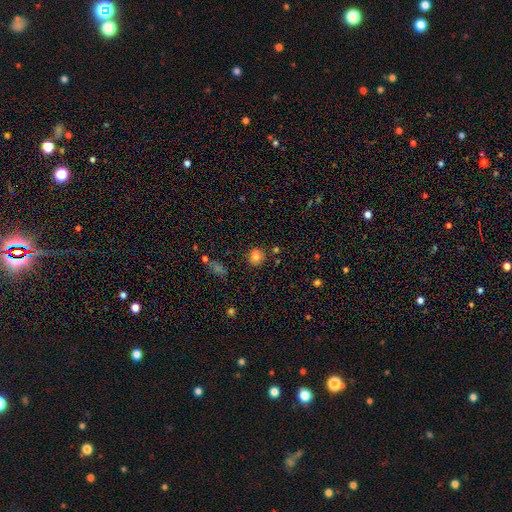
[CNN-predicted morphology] Smooth or featured?
  - smooth: 76% *
  - star or artifact: 17%
  - featured or disk: 8%
How rounded?
  - round: 71% *
  - in between: 28%
  - cigar-shaped: 1%
Merging?
  - none: 75% *
  - minor disturbance: 14%
  - merger: 7%
  - major disturbance: 4%